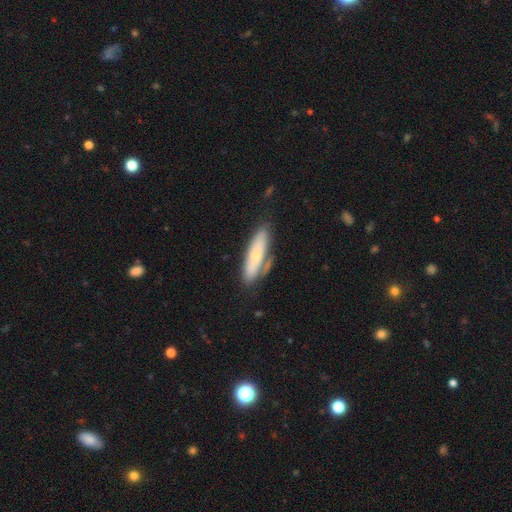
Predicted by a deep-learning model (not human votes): Smooth or featured: smooth — 56% (featured or disk — 38%)
How rounded: cigar-shaped — 56% (in between — 42%)
Merging: none — 62% (minor disturbance — 20%)